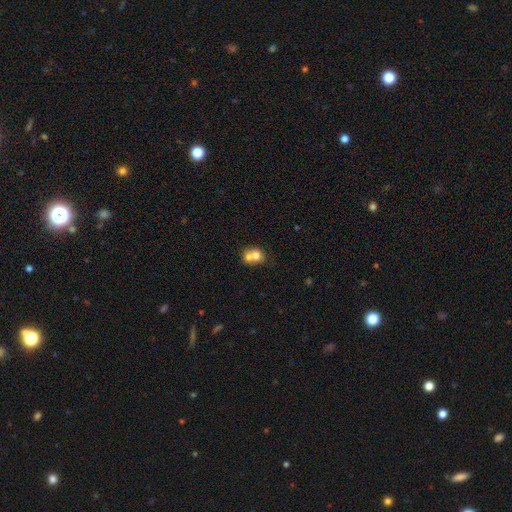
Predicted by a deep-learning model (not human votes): A smooth galaxy with no disk features (69%) that is round (69%).

Vote fractions:
- Smooth or featured? smooth: 69% / featured or disk: 21% / star or artifact: 10%
- How rounded? round: 69% / in between: 30% / cigar-shaped: 1%
- Merging? merger: 66% / none: 26% / minor disturbance: 6% / major disturbance: 3%